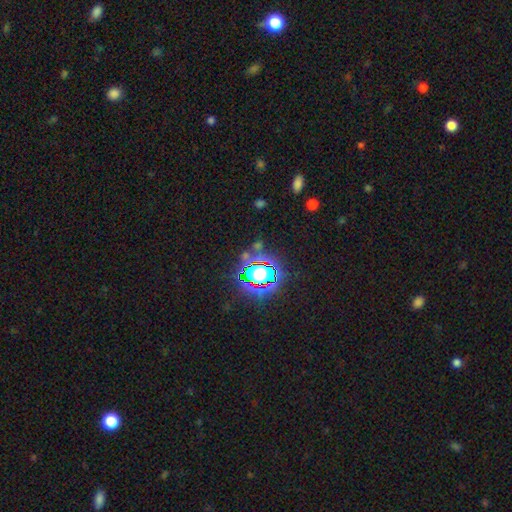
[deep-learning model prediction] This appears to be a star or artifact, not a galaxy (81%).